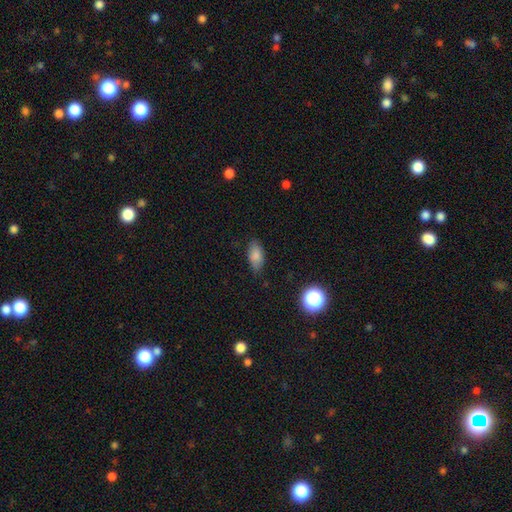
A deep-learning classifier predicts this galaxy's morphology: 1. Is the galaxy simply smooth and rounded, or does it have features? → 83% smooth, 9% star or artifact, 8% featured or disk.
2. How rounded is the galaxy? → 88% in between, 8% cigar-shaped, 4% round.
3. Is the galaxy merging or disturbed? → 81% none, 15% minor disturbance, 3% major disturbance, 1% merger.